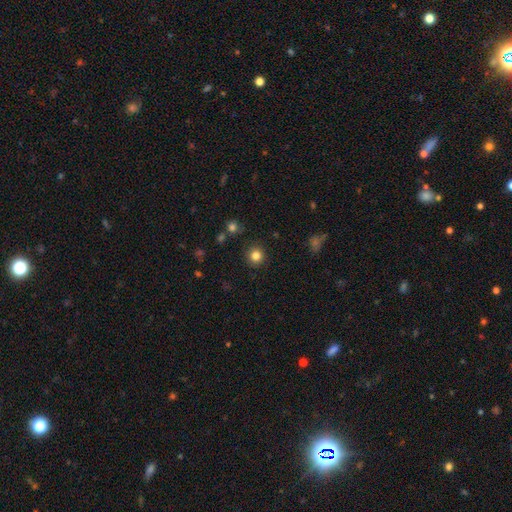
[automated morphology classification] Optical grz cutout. It shows a smooth galaxy with no disk features (83%) that is round (94%). Merging: none (90%).